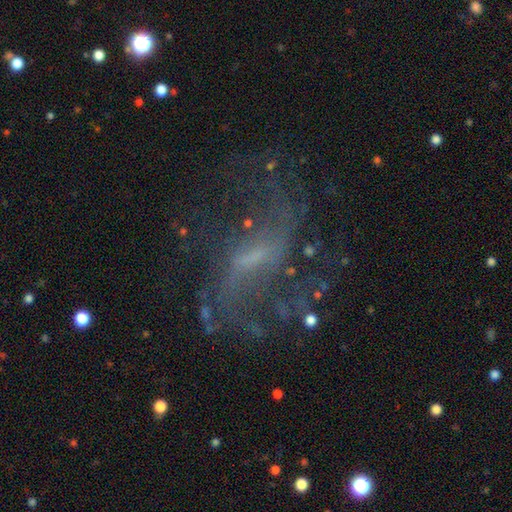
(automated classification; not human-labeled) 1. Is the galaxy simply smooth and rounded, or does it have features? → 80% featured or disk, 12% star or artifact, 8% smooth.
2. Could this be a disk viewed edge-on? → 94% no, 6% yes.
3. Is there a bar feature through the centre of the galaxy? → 52% weak, 27% strong, 21% no.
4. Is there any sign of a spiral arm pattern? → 86% yes, 14% no.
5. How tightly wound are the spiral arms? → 70% loose, 23% medium, 7% tight.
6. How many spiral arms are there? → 63% 2, 17% can't tell, 6% 3, 6% 1, 4% 4, 4% more than 4.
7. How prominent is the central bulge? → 49% small, 28% none, 19% moderate, 2% large, 1% dominant.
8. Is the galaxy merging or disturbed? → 59% none, 22% major disturbance, 16% minor disturbance, 3% merger.